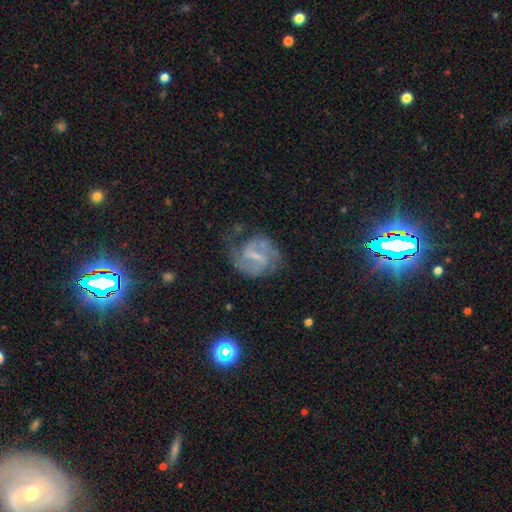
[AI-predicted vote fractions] The model was most divided on "bulge size": small: 46%, none: 31%, moderate: 20%, large: 2%, dominant: 1%. More confident: edge-on disk — no (98%); spiral arms — yes (91%); smooth or featured — featured or disk (81%); spiral arm count — 2 (79%); merging — none (58%); bar — weak (52%); spiral winding — medium (50%).